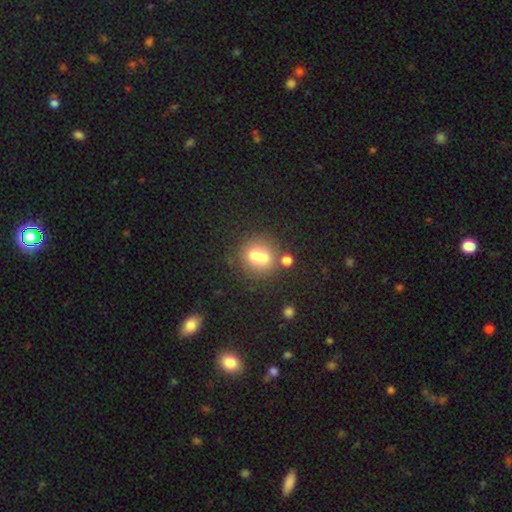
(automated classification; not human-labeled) smooth-or-featured: smooth: 66% | featured or disk: 20% | star or artifact: 13%
  how-rounded: round: 65% | in between: 33% | cigar-shaped: 2%
  merging: none: 43% | merger: 42% | minor disturbance: 10% | major disturbance: 5%